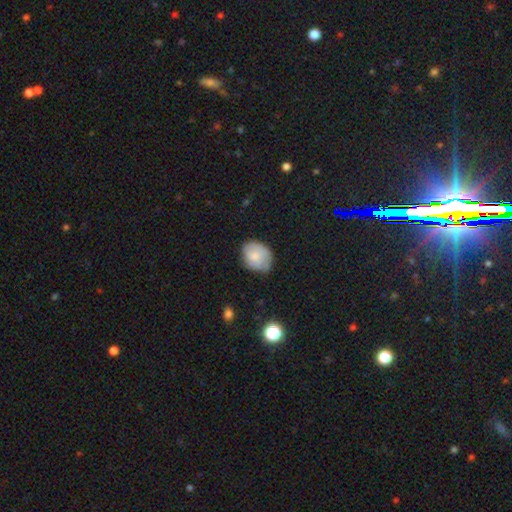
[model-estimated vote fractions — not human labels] Smooth or featured: smooth — 73% (featured or disk — 20%)
How rounded: in between — 54% (round — 45%)
Merging: none — 57% (minor disturbance — 33%)